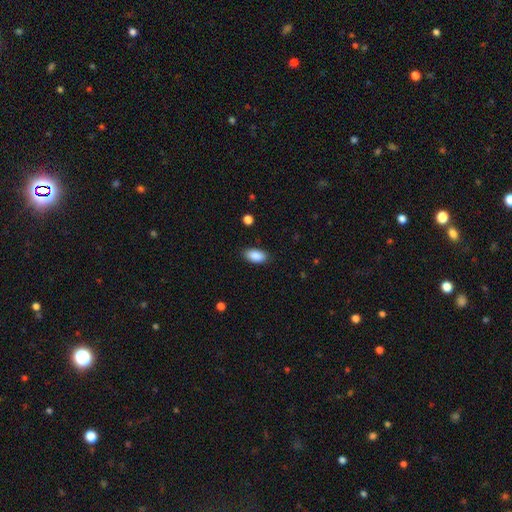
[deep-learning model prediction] Smooth or featured?
  - smooth: 89% *
  - star or artifact: 7%
  - featured or disk: 4%
How rounded?
  - in between: 93% *
  - cigar-shaped: 4%
  - round: 3%
Merging?
  - none: 86% *
  - minor disturbance: 10%
  - major disturbance: 2%
  - merger: 1%